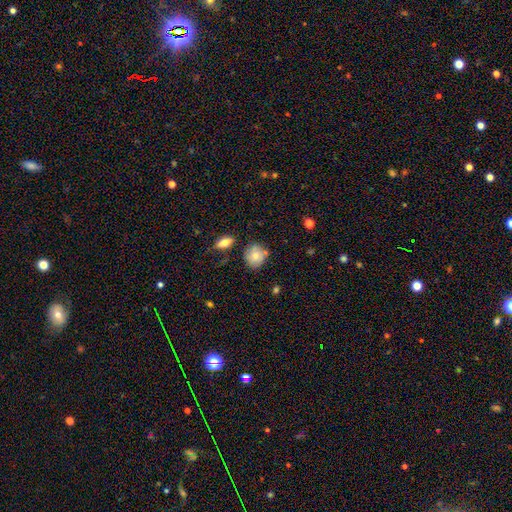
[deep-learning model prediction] Morphology: type=smooth (73%); roundness=round (82%); merging=none (72%).